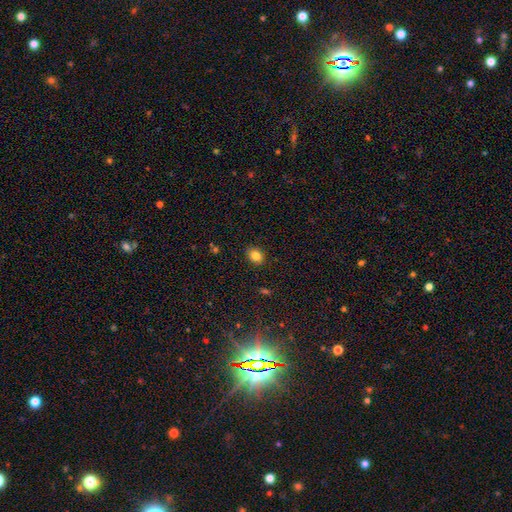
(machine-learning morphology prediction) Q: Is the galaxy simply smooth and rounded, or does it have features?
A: smooth — 83%.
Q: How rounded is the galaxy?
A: in between — 64%.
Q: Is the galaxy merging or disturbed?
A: none — 88%.